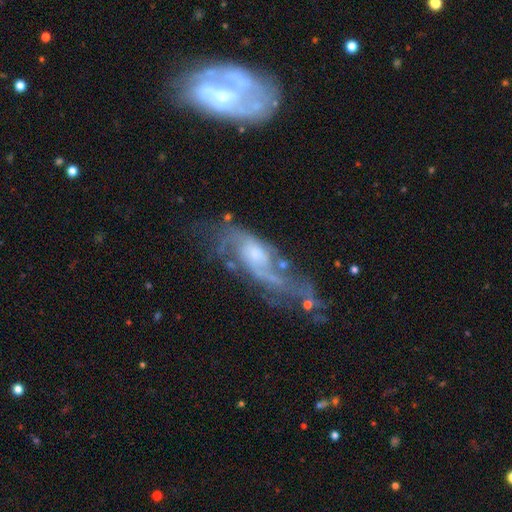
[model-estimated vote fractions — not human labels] This appears to be a featured or disk galaxy (81%) with no bar (61%), 2 (54%) medium (41%) spiral arms (88%) and a small central bulge (44%). Merging: none (43%).